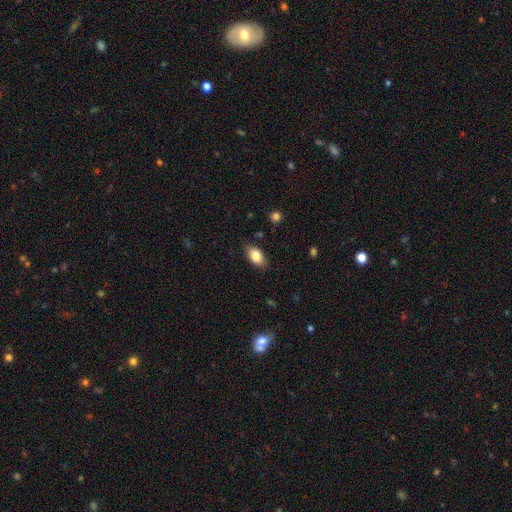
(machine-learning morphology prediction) The model was most divided on "merging": none: 83%, minor disturbance: 13%, major disturbance: 3%, merger: 1%. More confident: how rounded — in between (91%); smooth or featured — smooth (84%).